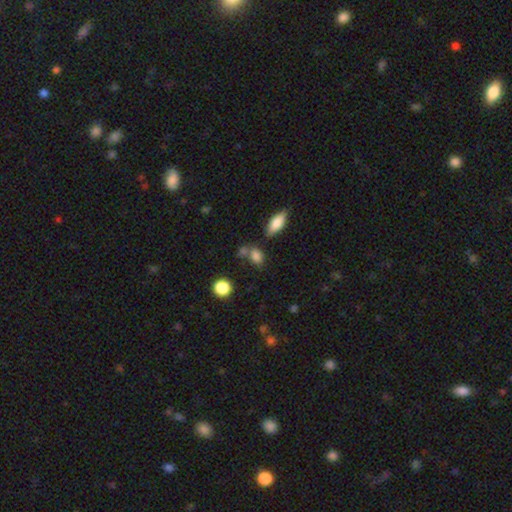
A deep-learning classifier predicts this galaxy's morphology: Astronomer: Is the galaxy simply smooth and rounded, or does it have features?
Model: smooth — 81%.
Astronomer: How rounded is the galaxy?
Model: in between — 65%.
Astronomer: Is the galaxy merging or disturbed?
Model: none — 53%.